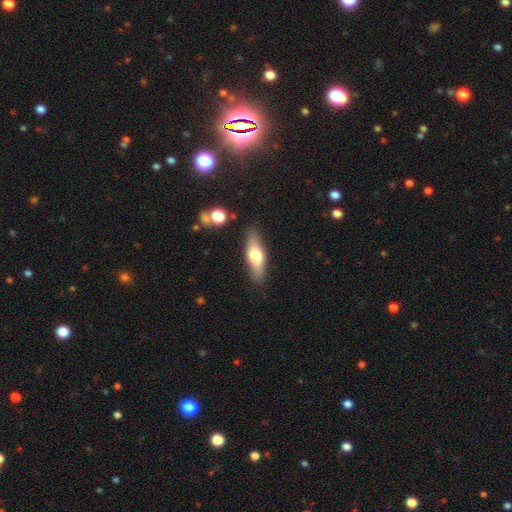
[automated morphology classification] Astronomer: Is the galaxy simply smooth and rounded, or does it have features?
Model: smooth — 62%.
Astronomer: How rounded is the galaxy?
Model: cigar-shaped — 51% (runner-up: in between, 46%).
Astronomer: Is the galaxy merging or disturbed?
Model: none — 83%.